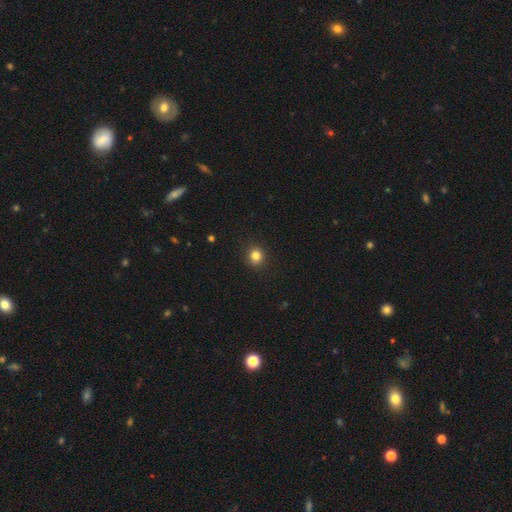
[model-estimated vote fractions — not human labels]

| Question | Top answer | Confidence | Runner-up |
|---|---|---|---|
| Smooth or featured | smooth | 83% | star or artifact (12%) |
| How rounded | round | 84% | in between (15%) |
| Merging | none | 91% | minor disturbance (6%) |